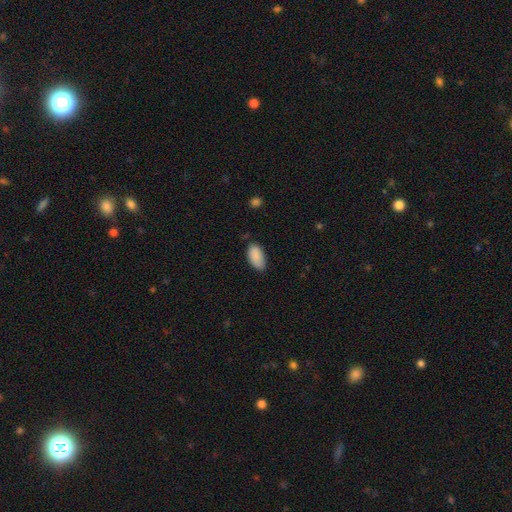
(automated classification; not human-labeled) A smooth galaxy with no disk features (89%) that is in between round and cigar-shaped (93%).

Vote fractions:
- Smooth or featured? smooth: 89% / star or artifact: 7% / featured or disk: 4%
- How rounded? in between: 93% / cigar-shaped: 4% / round: 3%
- Merging? none: 71% / minor disturbance: 24% / major disturbance: 4% / merger: 2%